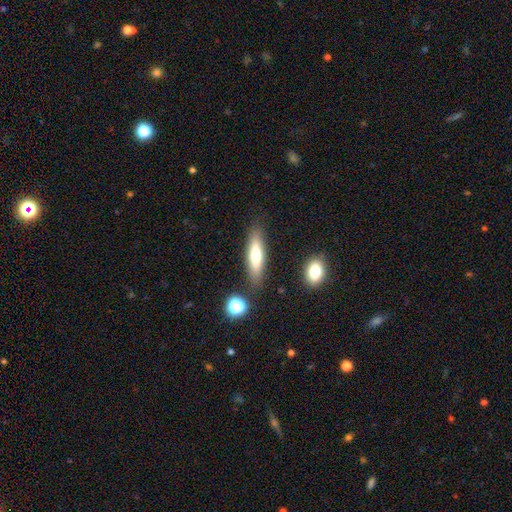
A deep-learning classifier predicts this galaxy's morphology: Smooth or featured? Predicted: smooth (p=0.65). How rounded? Predicted: cigar-shaped (p=0.69). Merging? Predicted: none (p=0.84).